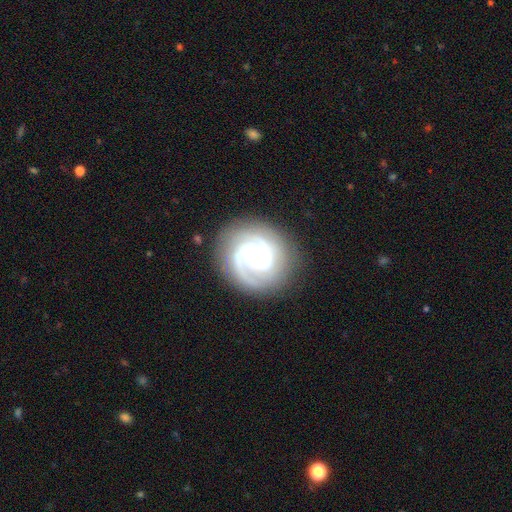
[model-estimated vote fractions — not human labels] Smooth or featured?
  - featured or disk: 86% *
  - smooth: 8%
  - star or artifact: 6%
Edge-on disk?
  - no: 98% *
  - yes: 2%
Bar?
  - no: 70% *
  - weak: 23%
  - strong: 7%
Spiral arms?
  - yes: 97% *
  - no: 3%
Spiral winding?
  - tight: 72% *
  - medium: 24%
  - loose: 4%
Spiral arm count?
  - 3: 37% *
  - 2: 28%
  - can't tell: 17%
  - 4: 7%
  - 1: 6%
  - more than 4: 5%
Bulge size?
  - small: 61% *
  - moderate: 34%
  - large: 3%
  - none: 1%
  - dominant: 1%
Merging?
  - none: 81% *
  - minor disturbance: 12%
  - major disturbance: 5%
  - merger: 1%